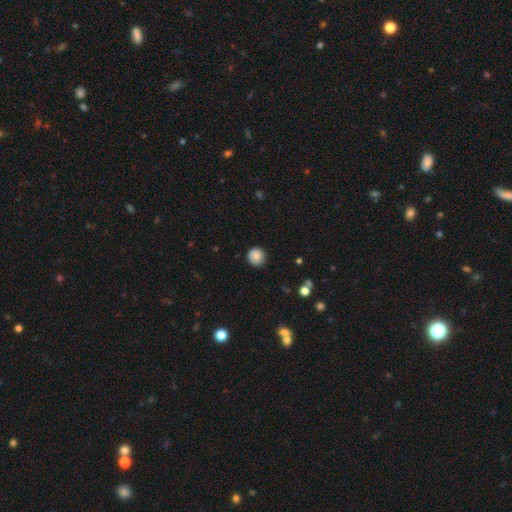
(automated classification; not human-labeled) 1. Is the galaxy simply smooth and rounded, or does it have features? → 86% smooth, 9% star or artifact, 6% featured or disk.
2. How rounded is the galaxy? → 93% round, 6% in between, 1% cigar-shaped.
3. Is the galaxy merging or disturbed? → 89% none, 8% minor disturbance, 2% major disturbance, 1% merger.